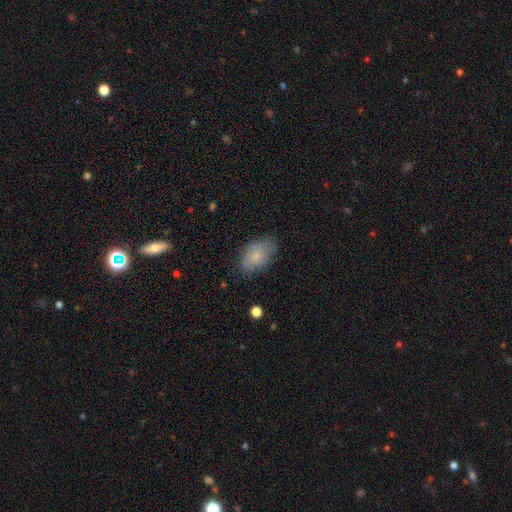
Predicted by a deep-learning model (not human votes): smooth_or_featured: smooth (p=0.77) [alt: featured or disk p=0.15]
how_rounded: in between (p=0.90) [alt: round p=0.08]
merging: none (p=0.74) [alt: minor disturbance p=0.20]